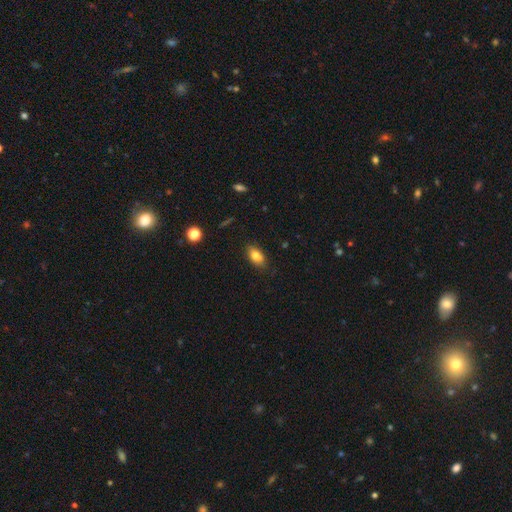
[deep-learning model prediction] This appears to be a smooth galaxy with no disk features (80%) that is in between round and cigar-shaped (87%). Merging: none (84%).